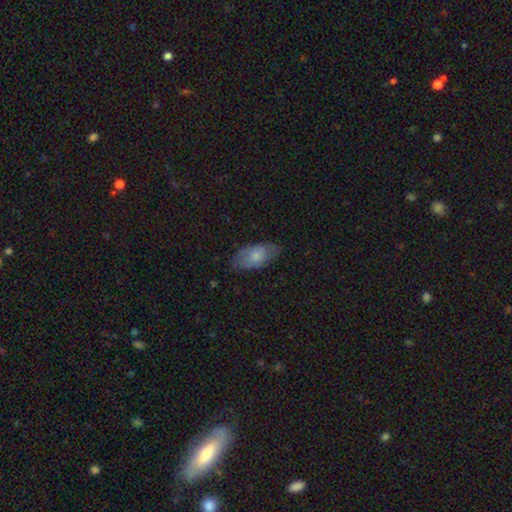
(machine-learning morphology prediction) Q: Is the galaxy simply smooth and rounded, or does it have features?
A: smooth — 72%.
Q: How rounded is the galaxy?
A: in between — 92%.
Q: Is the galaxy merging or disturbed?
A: none — 72%.